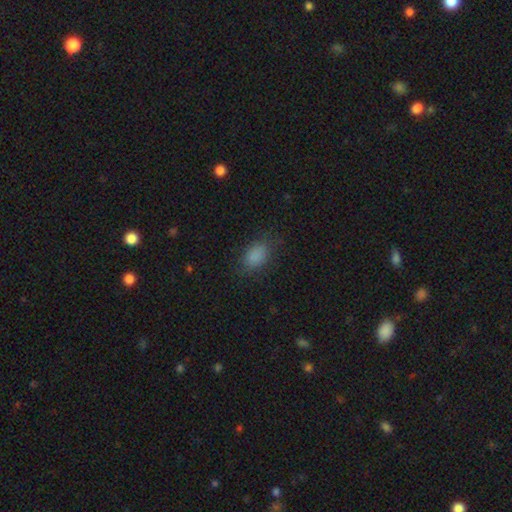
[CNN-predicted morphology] Overall: smooth (85%). How rounded: in between (84%). Merging: none (77%).